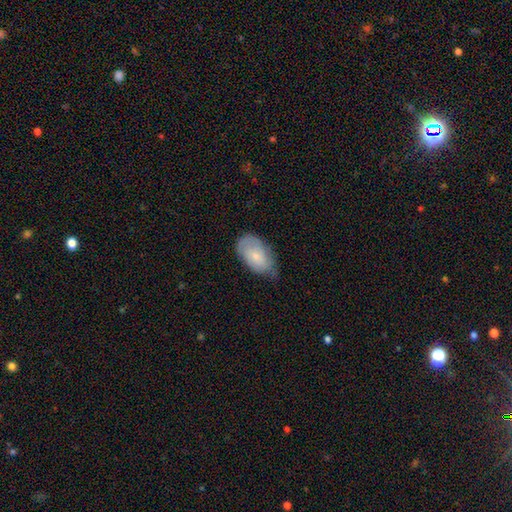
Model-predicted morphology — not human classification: A smooth galaxy with no disk features (72%) that is in between round and cigar-shaped (93%).

Vote fractions:
- Smooth or featured? smooth: 72% / featured or disk: 22% / star or artifact: 6%
- How rounded? in between: 93% / round: 5% / cigar-shaped: 2%
- Merging? none: 57% / minor disturbance: 35% / major disturbance: 7% / merger: 1%